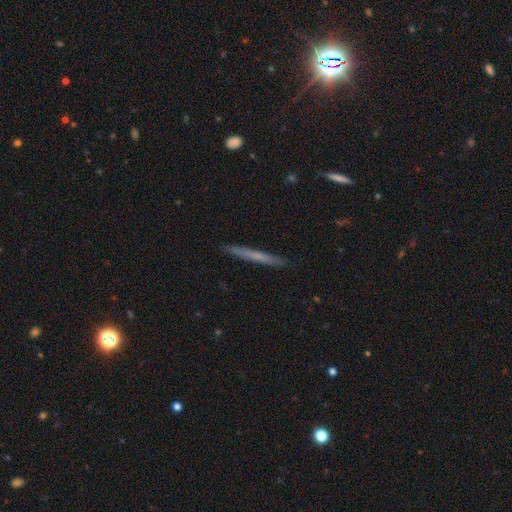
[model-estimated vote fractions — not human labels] Overall: smooth (52%; featured or disk 42%). How rounded: cigar-shaped (96%). Merging: none (91%).